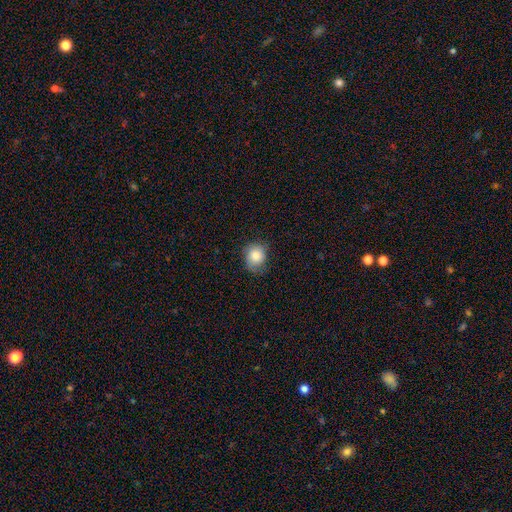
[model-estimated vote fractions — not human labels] smooth-or-featured: smooth: 82% | featured or disk: 10% | star or artifact: 8%
  how-rounded: round: 69% | in between: 30% | cigar-shaped: 1%
  merging: none: 67% | minor disturbance: 26% | major disturbance: 7% | merger: 1%